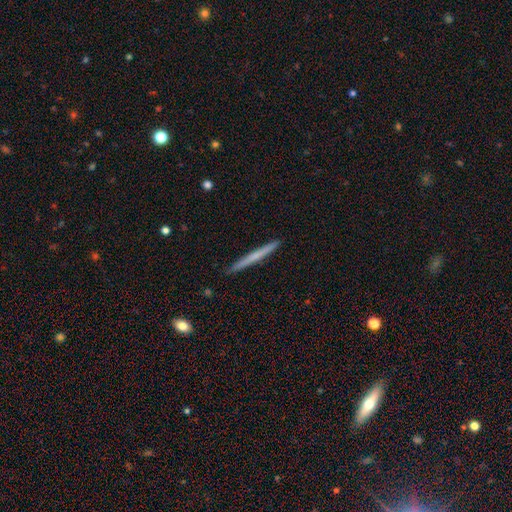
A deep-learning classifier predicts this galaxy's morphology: This appears to be a smooth galaxy with no disk features (51%) that is cigar-shaped (97%). Merging: none (91%).